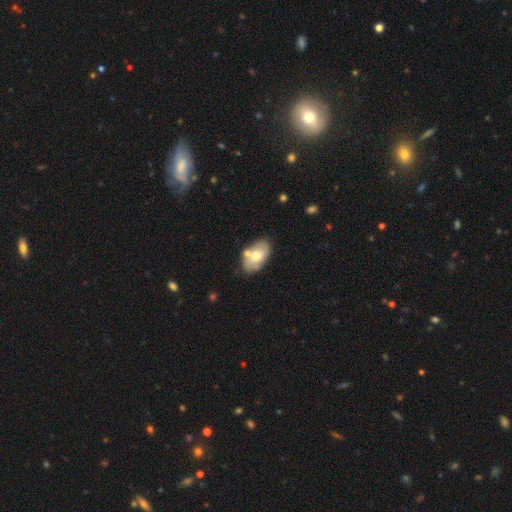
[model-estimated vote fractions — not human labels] smooth-or-featured: smooth: 63% | featured or disk: 30% | star or artifact: 6%
  how-rounded: in between: 92% | round: 7% | cigar-shaped: 1%
  merging: none: 66% | minor disturbance: 16% | merger: 14% | major disturbance: 4%